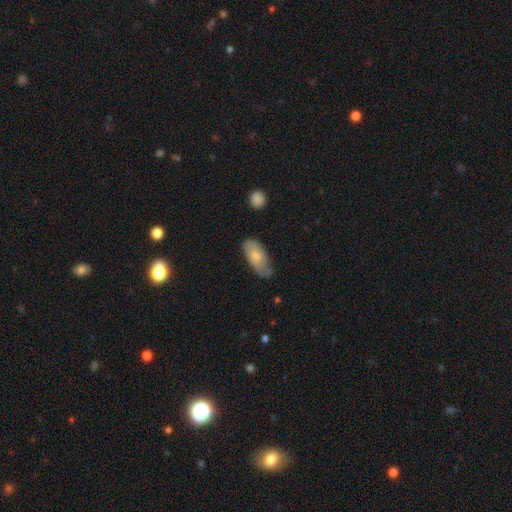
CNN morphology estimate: A smooth galaxy with no disk features (69%) that is in between round and cigar-shaped (89%).

Vote fractions:
- Smooth or featured? smooth: 69% / featured or disk: 25% / star or artifact: 6%
- How rounded? in between: 89% / cigar-shaped: 9% / round: 2%
- Merging? none: 59% / minor disturbance: 31% / major disturbance: 7% / merger: 2%